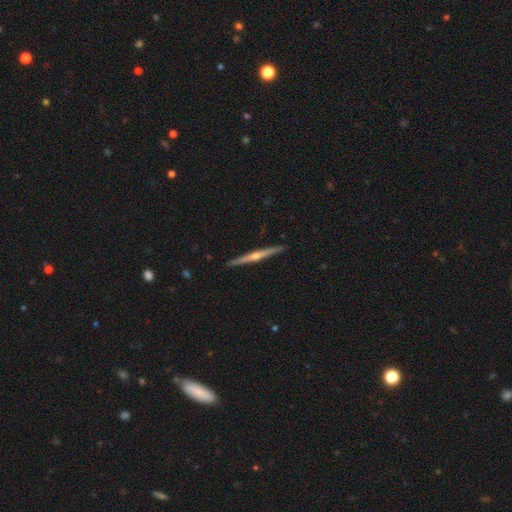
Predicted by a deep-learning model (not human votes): featured or disk 77%, smooth 18%, star or artifact 5%. Down the decision tree: edge-on disk — yes (98%); edge-on bulge — rounded (84%); merging — none (92%).